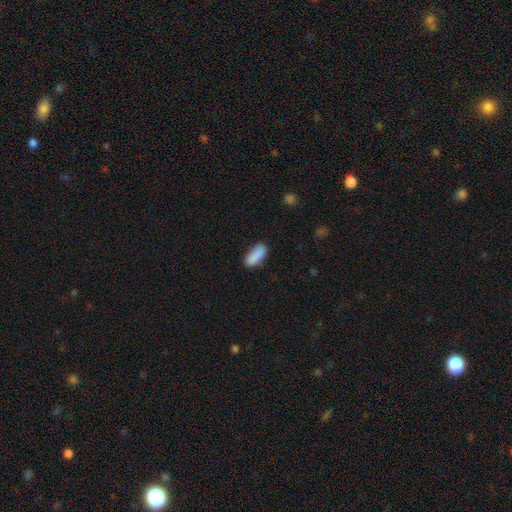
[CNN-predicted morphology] Overall: smooth (85%). How rounded: in between (75%). Merging: none (70%).